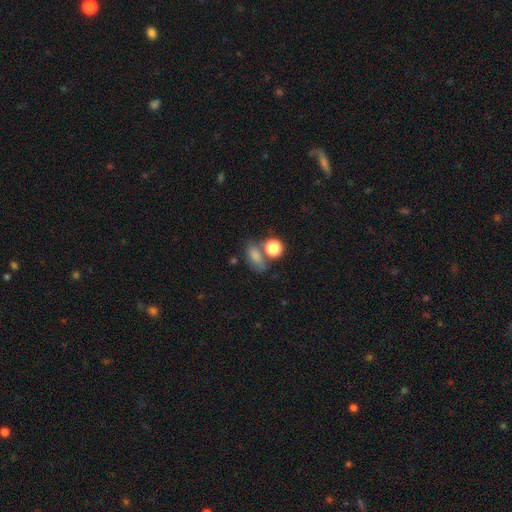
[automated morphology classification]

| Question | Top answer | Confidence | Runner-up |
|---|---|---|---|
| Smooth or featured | smooth | 76% | star or artifact (14%) |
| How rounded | in between | 75% | round (20%) |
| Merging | none | 48% | merger (26%) |